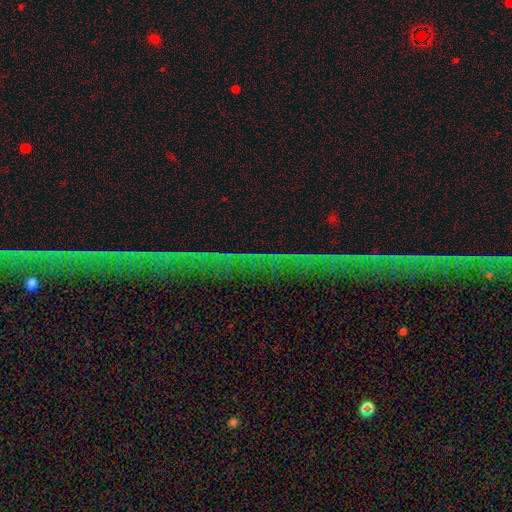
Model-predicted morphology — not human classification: This appears to be a star or artifact, not a galaxy (77%).